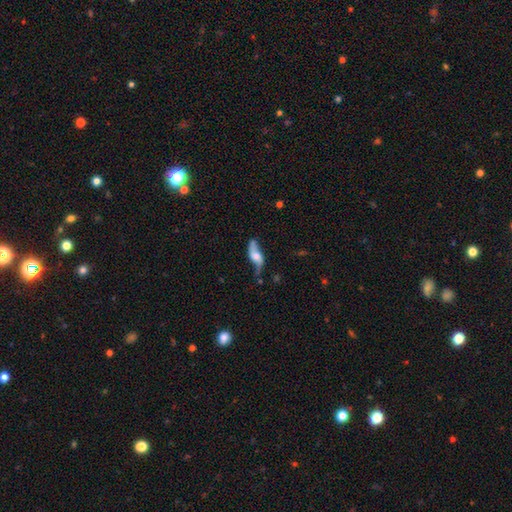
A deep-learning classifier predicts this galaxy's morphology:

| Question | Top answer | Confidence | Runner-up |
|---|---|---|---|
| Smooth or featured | featured or disk | 71% | smooth (22%) |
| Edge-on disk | no | 82% | yes (18%) |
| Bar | no | 59% | weak (31%) |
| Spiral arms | yes | 90% | no (10%) |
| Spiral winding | loose | 84% | medium (12%) |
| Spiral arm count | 2 | 90% | 1 (4%) |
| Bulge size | moderate | 35% | large (27%) |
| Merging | none | 58% | minor disturbance (23%) |